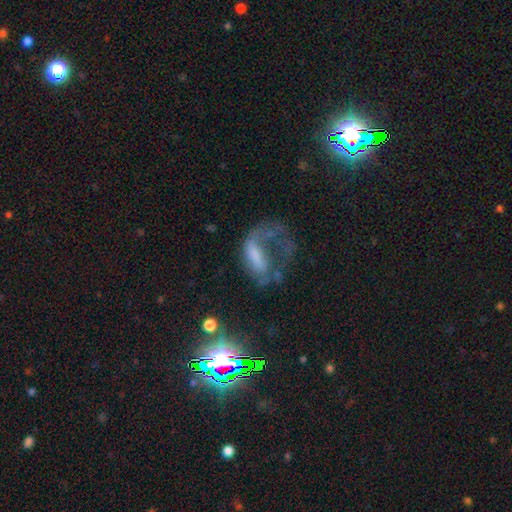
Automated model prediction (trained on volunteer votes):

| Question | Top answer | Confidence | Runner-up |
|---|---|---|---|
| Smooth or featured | featured or disk | 53% | smooth (33%) |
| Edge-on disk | no | 94% | yes (6%) |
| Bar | no | 53% | weak (27%) |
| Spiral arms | no | 51% | yes (49%) |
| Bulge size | none | 46% | moderate (21%) |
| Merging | major disturbance | 58% | none (23%) |